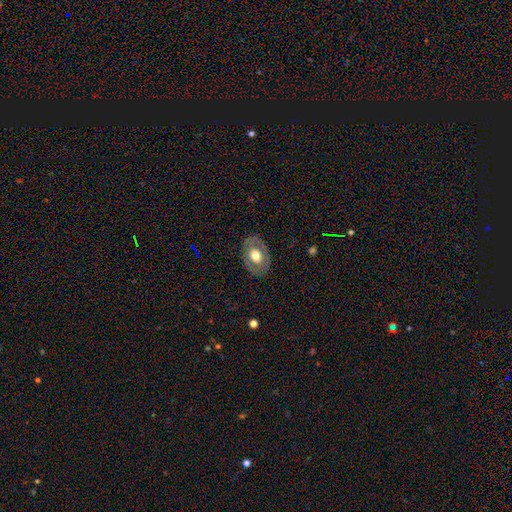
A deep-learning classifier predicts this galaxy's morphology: A smooth galaxy with no disk features (51%) that is in between round and cigar-shaped (73%). Merging: none (81%).